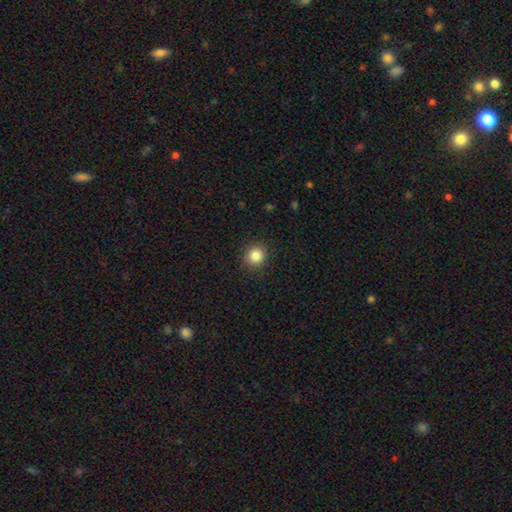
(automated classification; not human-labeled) smooth 85%, star or artifact 10%, featured or disk 4%. Down the decision tree: how rounded — round (88%); merging — none (89%).